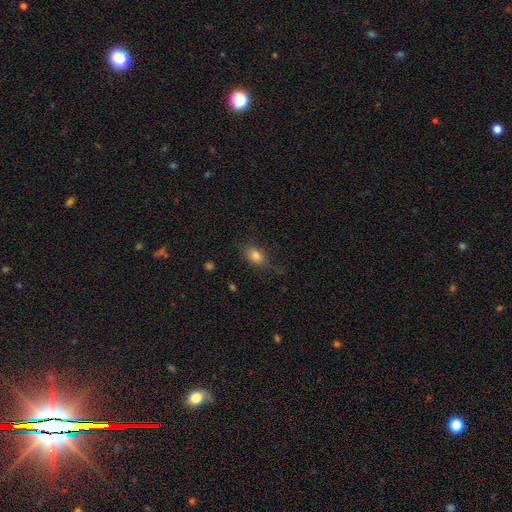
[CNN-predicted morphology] smooth-or-featured: smooth: 81% | star or artifact: 10% | featured or disk: 9%
  how-rounded: in between: 81% | round: 16% | cigar-shaped: 3%
  merging: none: 73% | minor disturbance: 19% | major disturbance: 7% | merger: 2%